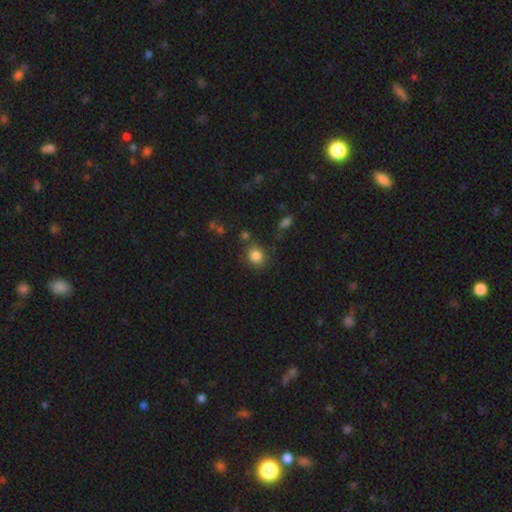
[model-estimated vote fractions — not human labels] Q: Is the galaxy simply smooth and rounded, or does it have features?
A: smooth — 84%.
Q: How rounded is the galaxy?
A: round — 71%.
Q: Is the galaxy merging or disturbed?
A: none — 77%.